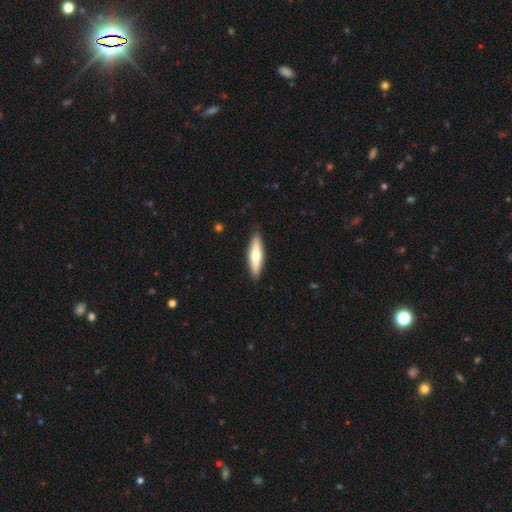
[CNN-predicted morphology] Smooth or featured: smooth — 55% (featured or disk — 40%)
How rounded: cigar-shaped — 72% (in between — 26%)
Merging: none — 89% (minor disturbance — 8%)